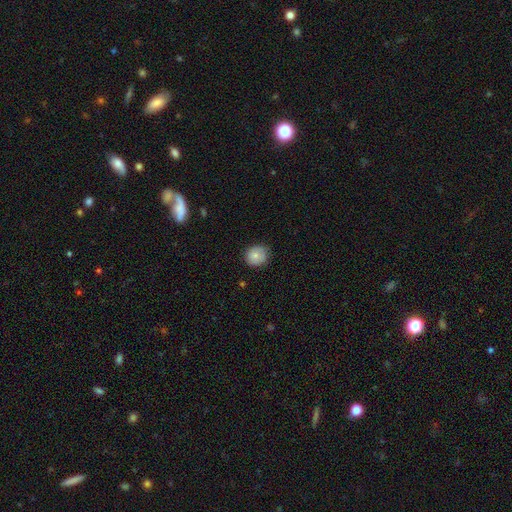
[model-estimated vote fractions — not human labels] Smooth or featured?
  - smooth: 77% *
  - featured or disk: 15%
  - star or artifact: 8%
How rounded?
  - round: 83% *
  - in between: 17%
  - cigar-shaped: 1%
Merging?
  - none: 78% *
  - minor disturbance: 18%
  - major disturbance: 3%
  - merger: 1%